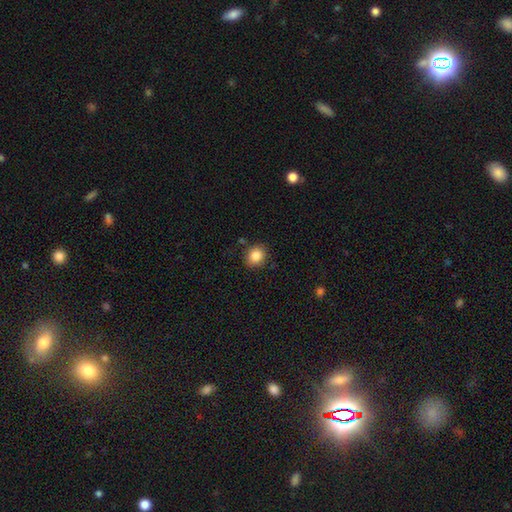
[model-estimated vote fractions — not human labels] A smooth galaxy with no disk features (85%) that is round (76%). Merging: none (84%).